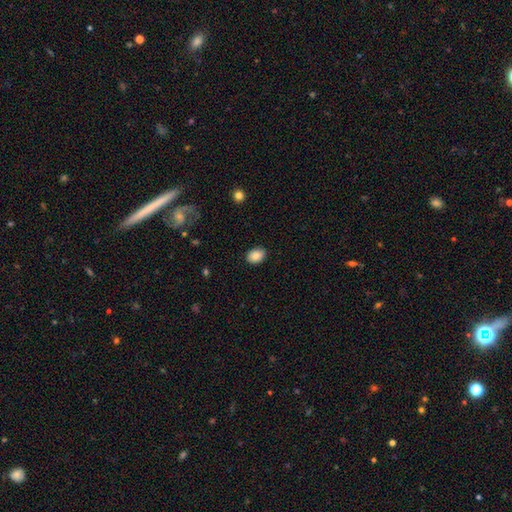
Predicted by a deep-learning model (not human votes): Smooth or featured? smooth (88%)
How rounded? in between (68%)
Merging? none (87%)